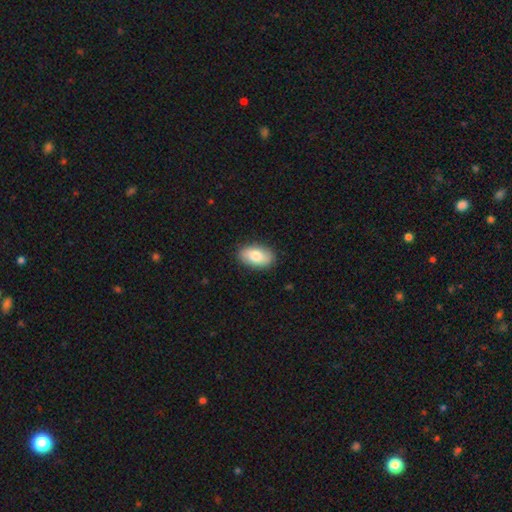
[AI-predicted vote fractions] Q: Smooth or featured?
A: smooth (77%); runner-up: featured or disk (17%)
Q: How rounded?
A: in between (93%); runner-up: round (5%)
Q: Merging?
A: none (87%); runner-up: minor disturbance (10%)